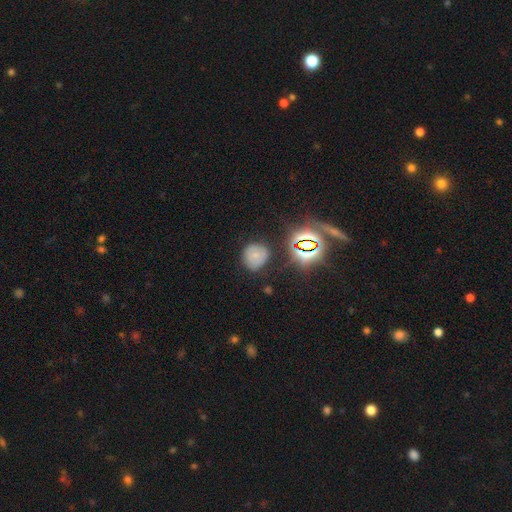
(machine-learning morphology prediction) Overall: smooth (64%). How rounded: round (85%). Merging: none (76%).